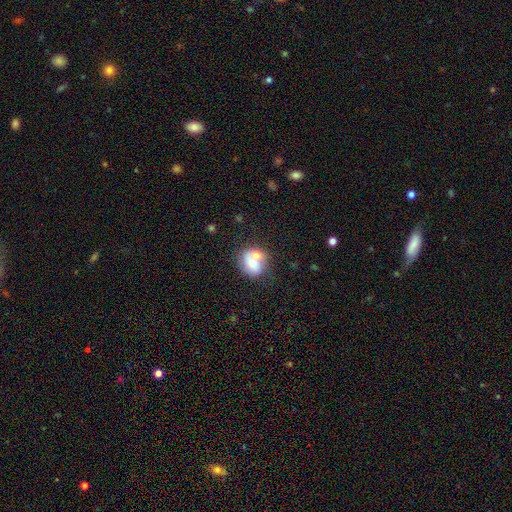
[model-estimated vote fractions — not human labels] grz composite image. It shows a smooth galaxy with no disk features (60%) that is round (49%, tied with in between). Merging: merger (55%).